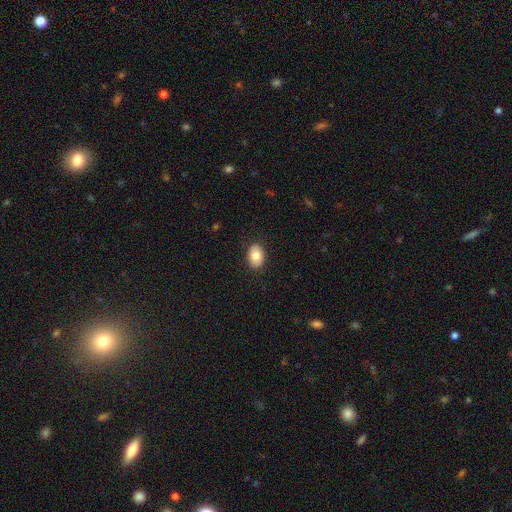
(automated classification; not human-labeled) The model was most divided on "how rounded": in between: 80%, round: 19%, cigar-shaped: 1%. More confident: merging — none (88%); smooth or featured — smooth (82%).